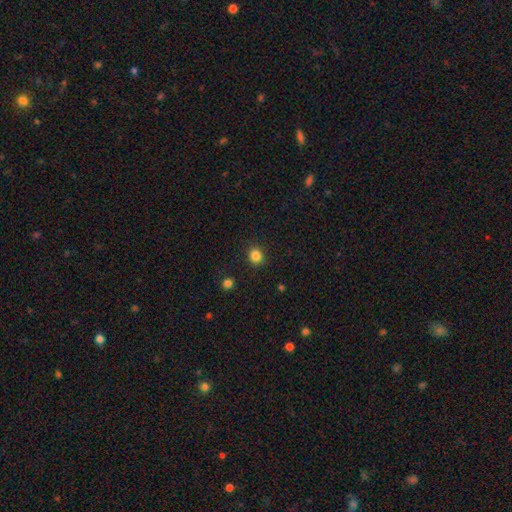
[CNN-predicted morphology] The model was most divided on "how rounded": round: 76%, in between: 23%, cigar-shaped: 1%. More confident: merging — none (90%); smooth or featured — smooth (85%).